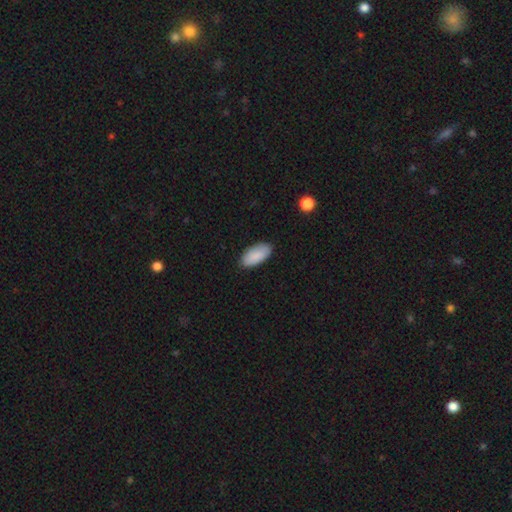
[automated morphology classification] This is clearly a smooth galaxy (90%). How rounded: clearly in between (93%). Merging: clearly none (87%).